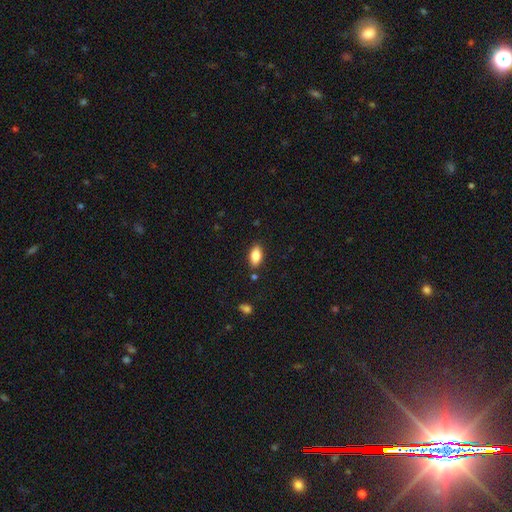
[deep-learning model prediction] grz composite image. It shows a smooth galaxy with no disk features (85%) that is in between round and cigar-shaped (90%). Merging: none (85%).